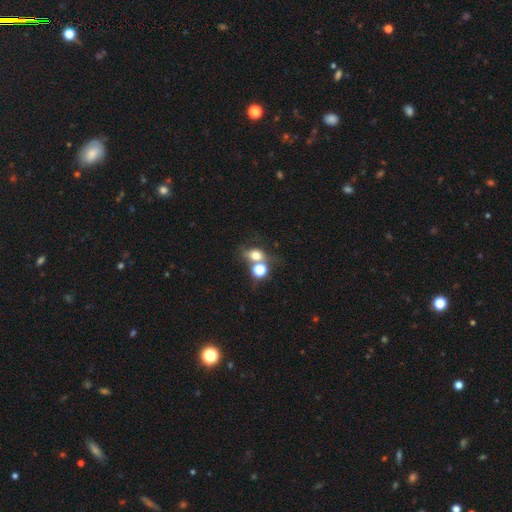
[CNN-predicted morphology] This is likely a smooth galaxy (66%). How rounded: possibly in between (50%). Merging: marginally merger (40%, tied with none).